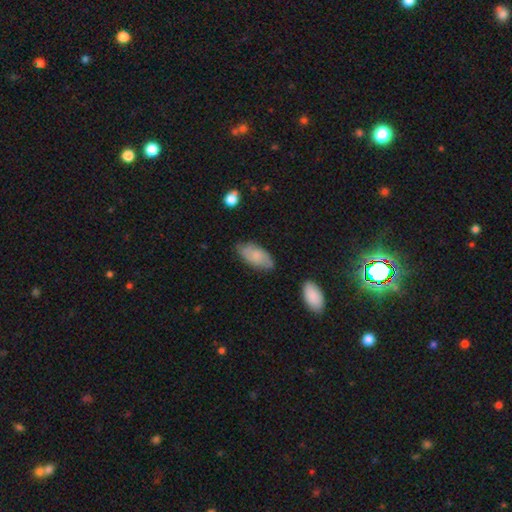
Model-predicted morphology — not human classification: Smooth or featured: smooth — 59% (featured or disk — 34%)
How rounded: in between — 92% (cigar-shaped — 5%)
Merging: none — 72% (minor disturbance — 21%)